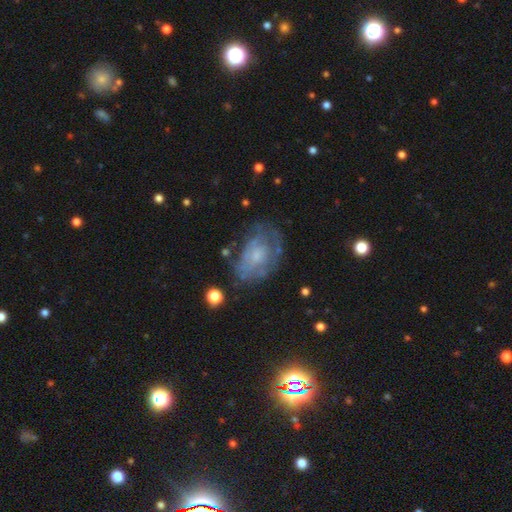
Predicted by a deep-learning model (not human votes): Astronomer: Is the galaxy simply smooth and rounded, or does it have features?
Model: featured or disk — 57% (runner-up: smooth, 32%).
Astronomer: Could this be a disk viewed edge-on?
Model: no — 96%.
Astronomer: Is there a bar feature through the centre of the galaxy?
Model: no — 81%.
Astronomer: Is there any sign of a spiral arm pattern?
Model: no — 54% (runner-up: yes, 46%).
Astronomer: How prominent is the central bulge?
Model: small — 42% (runner-up: moderate, 29%).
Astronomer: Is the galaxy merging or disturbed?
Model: none — 55%.